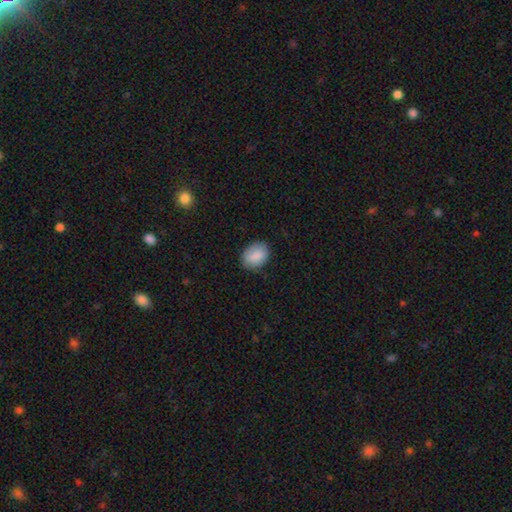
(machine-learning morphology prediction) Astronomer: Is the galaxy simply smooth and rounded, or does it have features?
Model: smooth — 87%.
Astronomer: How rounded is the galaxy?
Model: in between — 69%.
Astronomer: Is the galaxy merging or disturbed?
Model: none — 82%.